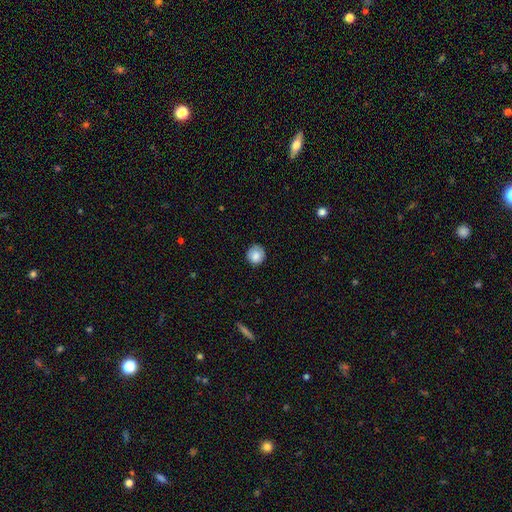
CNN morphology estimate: The model was most divided on "merging": none: 82%, minor disturbance: 14%, major disturbance: 3%, merger: 1%. More confident: how rounded — round (88%); smooth or featured — smooth (83%).